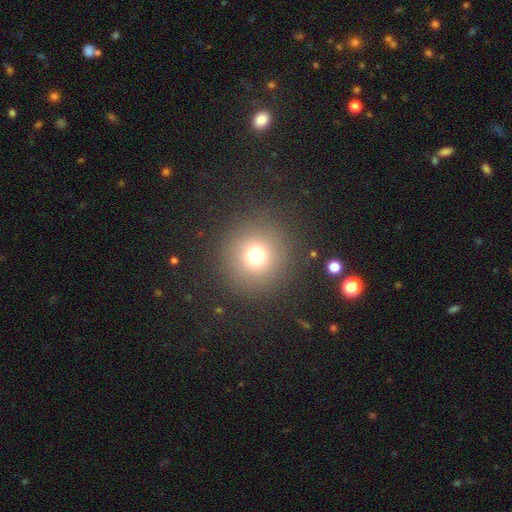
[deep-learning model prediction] Smooth or featured? smooth (71%)
How rounded? round (94%)
Merging? none (88%)